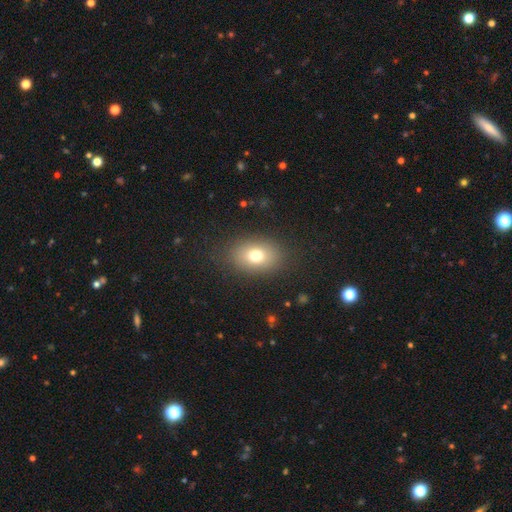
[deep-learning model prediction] Smooth or featured? smooth (75%)
How rounded? in between (72%)
Merging? none (84%)